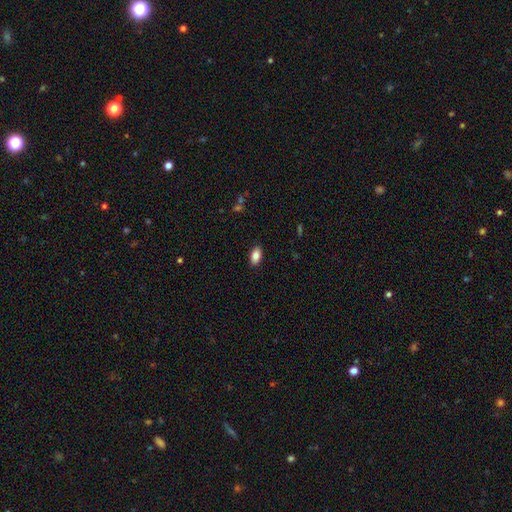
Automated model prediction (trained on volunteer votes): Morphology: type=smooth (85%); roundness=in between (91%); merging=none (88%).